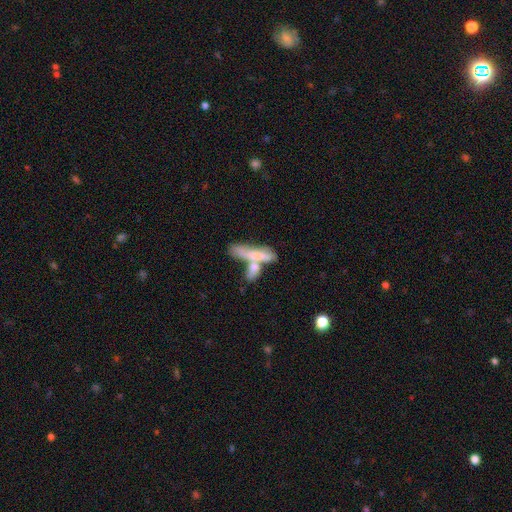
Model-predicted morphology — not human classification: Smooth or featured?
  - smooth: 63% *
  - featured or disk: 29%
  - star or artifact: 8%
How rounded?
  - cigar-shaped: 70% *
  - in between: 27%
  - round: 3%
Merging?
  - merger: 52% *
  - none: 26%
  - minor disturbance: 12%
  - major disturbance: 9%